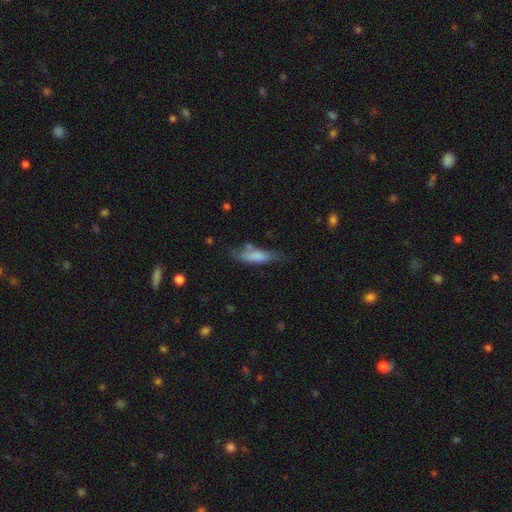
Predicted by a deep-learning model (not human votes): Overall: smooth (75%). How rounded: cigar-shaped (59%; in between 39%). Merging: none (48%; minor disturbance 31%).